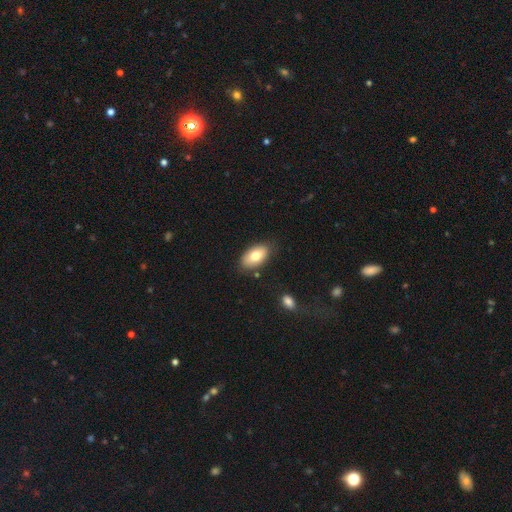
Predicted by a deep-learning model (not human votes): The model was most divided on "smooth or featured": smooth: 76%, featured or disk: 17%, star or artifact: 7%. More confident: how rounded — in between (93%); merging — none (81%).